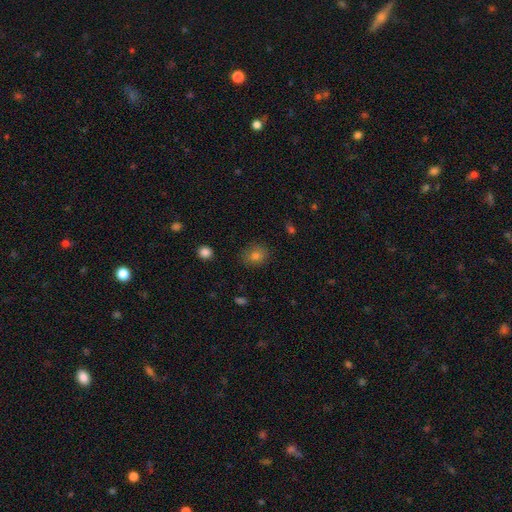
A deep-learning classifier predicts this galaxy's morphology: Q: Smooth or featured?
A: smooth (79%); runner-up: star or artifact (12%)
Q: How rounded?
A: round (61%); runner-up: in between (38%)
Q: Merging?
A: none (84%); runner-up: minor disturbance (12%)